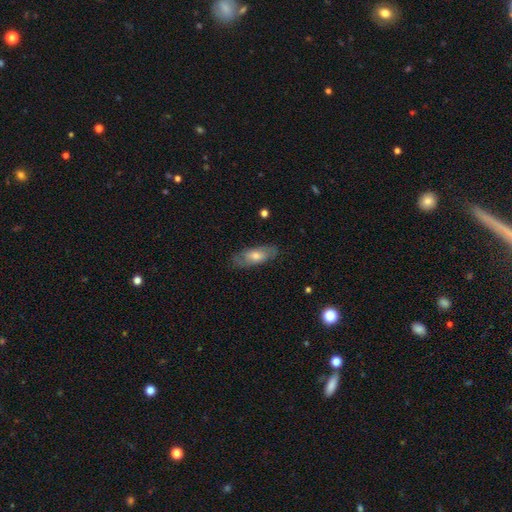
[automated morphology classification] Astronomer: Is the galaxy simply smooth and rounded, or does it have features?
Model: featured or disk — 51% (runner-up: smooth, 42%).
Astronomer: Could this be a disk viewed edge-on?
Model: no — 77%.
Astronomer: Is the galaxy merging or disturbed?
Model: none — 80%.